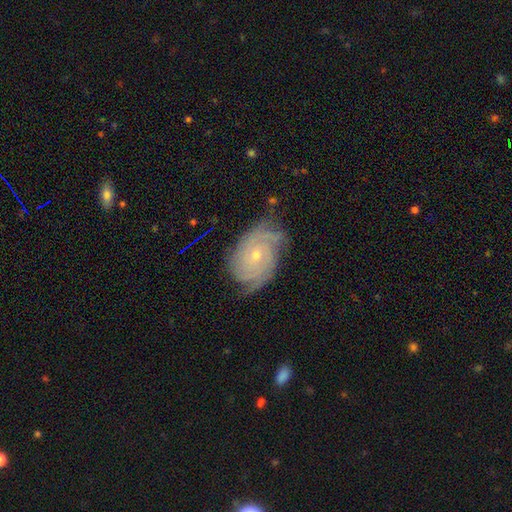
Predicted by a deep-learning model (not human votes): Morphology: type=featured or disk (85%); edge-on=no (97%); bar=no (79%); spiral arms=yes (97%); winding=tight (72%); arm count=3 (25%, tied with can't tell); bulge=small (70%); merging=none (71%).